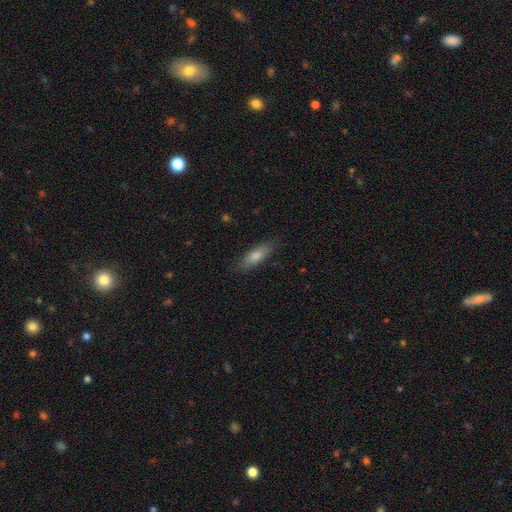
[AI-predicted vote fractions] Smooth or featured: smooth — 74% (featured or disk — 19%)
How rounded: cigar-shaped — 52% (in between — 46%)
Merging: none — 86% (minor disturbance — 11%)